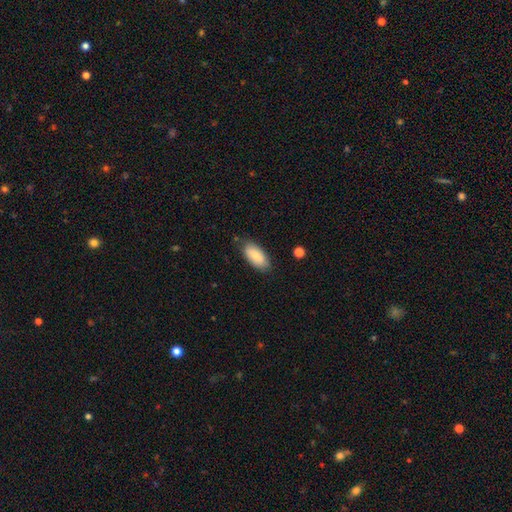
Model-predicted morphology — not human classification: smooth-or-featured: smooth: 82% | featured or disk: 11% | star or artifact: 6%
  how-rounded: in between: 92% | cigar-shaped: 6% | round: 2%
  merging: none: 78% | minor disturbance: 17% | major disturbance: 3% | merger: 2%